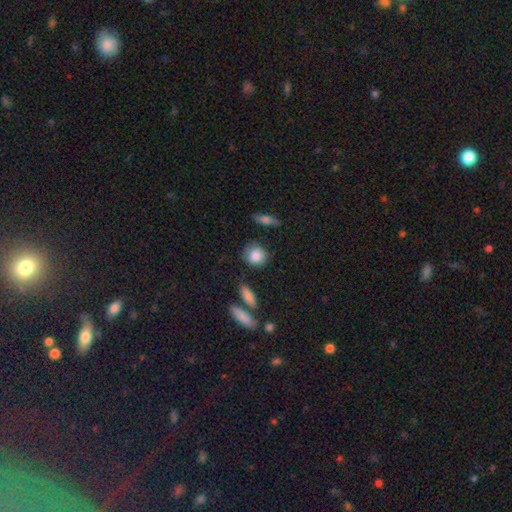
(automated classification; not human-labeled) Smooth or featured: smooth — 84% (featured or disk — 9%)
How rounded: round — 76% (in between — 21%)
Merging: none — 78% (minor disturbance — 14%)